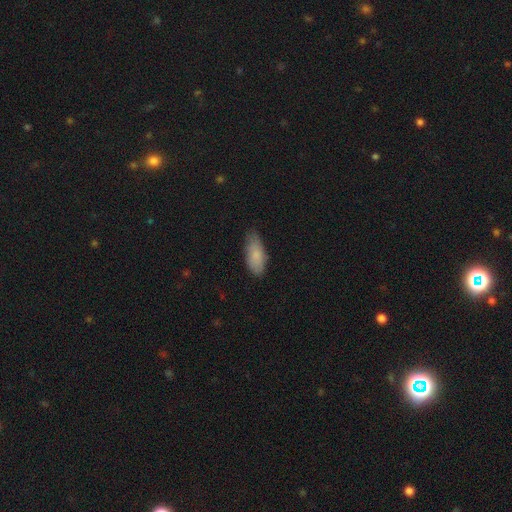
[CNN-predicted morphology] smooth 83%, featured or disk 11%, star or artifact 6%. Down the decision tree: how rounded — in between (84%); merging — none (70%).